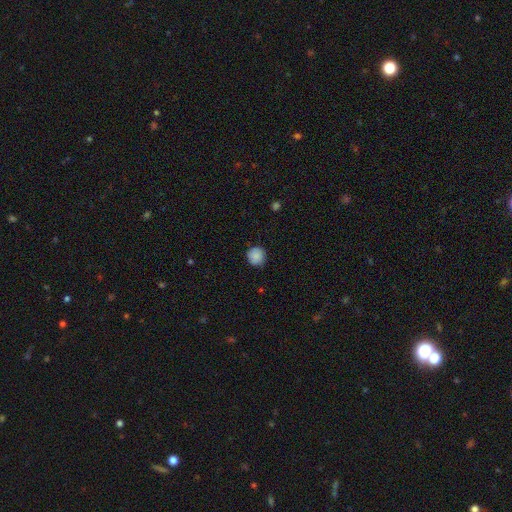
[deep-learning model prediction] Overall: smooth (86%). How rounded: round (92%). Merging: none (84%).